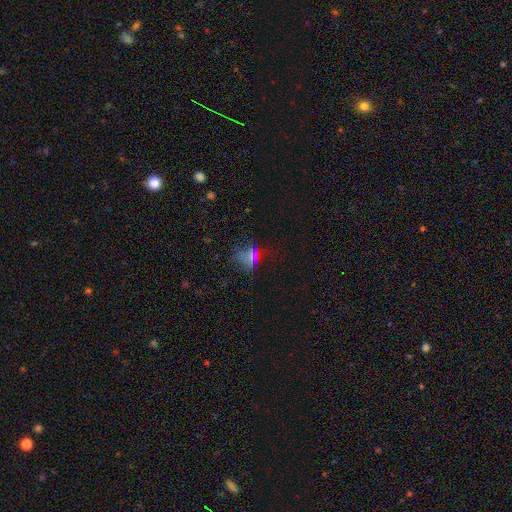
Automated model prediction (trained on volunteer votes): Smooth or featured?
  - star or artifact: 50% *
  - smooth: 39%
  - featured or disk: 12%